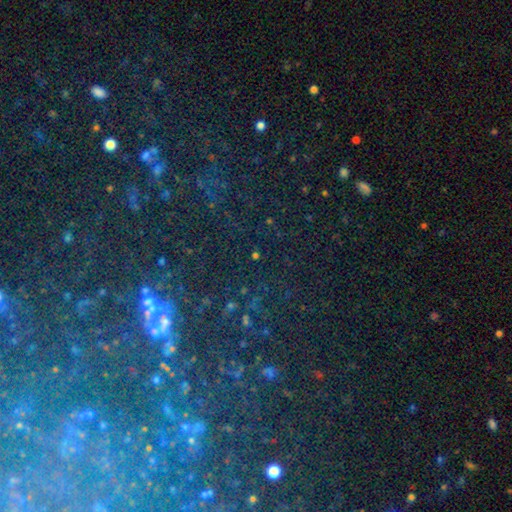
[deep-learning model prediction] A star or artifact, not a galaxy (72%).